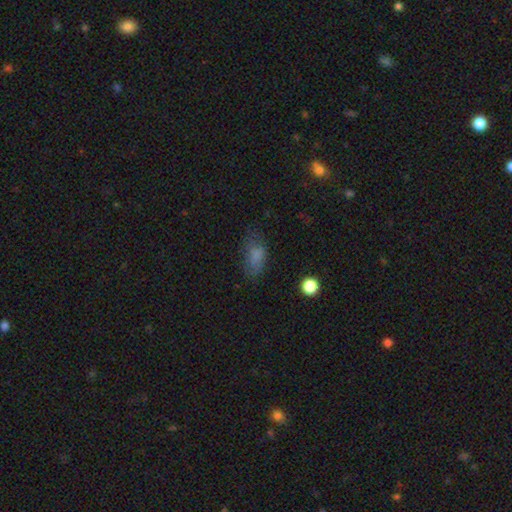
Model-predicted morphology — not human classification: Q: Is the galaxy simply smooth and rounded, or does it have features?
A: smooth — 75%.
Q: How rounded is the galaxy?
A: in between — 87%.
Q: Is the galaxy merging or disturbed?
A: none — 59%.